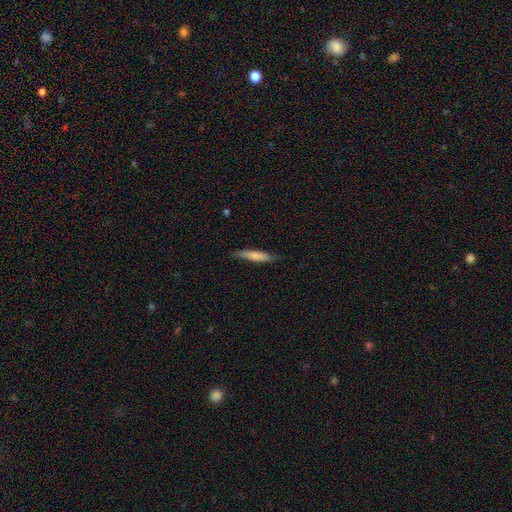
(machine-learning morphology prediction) Smooth or featured?
  - smooth: 74% *
  - featured or disk: 21%
  - star or artifact: 5%
How rounded?
  - cigar-shaped: 85% *
  - in between: 14%
  - round: 1%
Merging?
  - none: 78% *
  - minor disturbance: 18%
  - major disturbance: 3%
  - merger: 1%